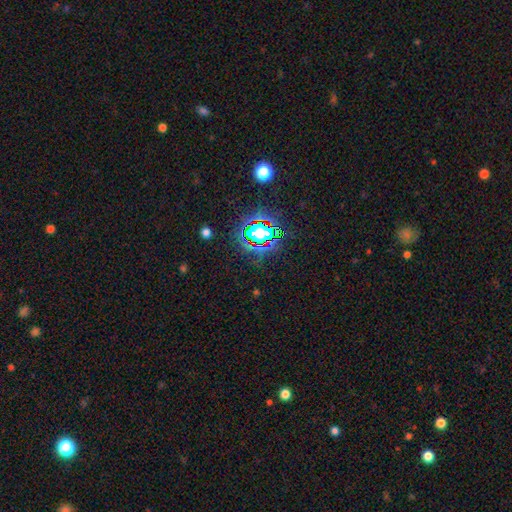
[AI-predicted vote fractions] A star or artifact, not a galaxy (82%).

Vote fractions:
- Smooth or featured? star or artifact: 82% / smooth: 11% / featured or disk: 8%